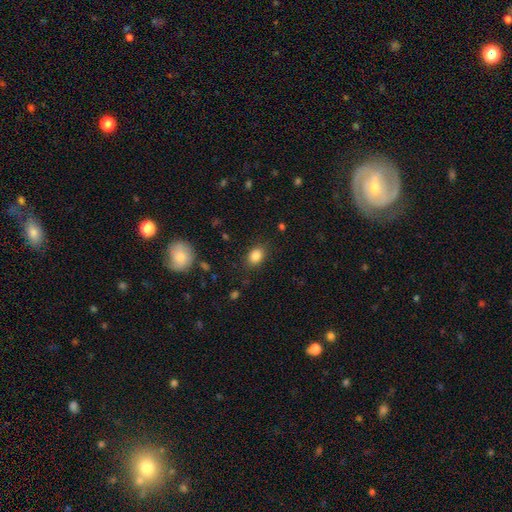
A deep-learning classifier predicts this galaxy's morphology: smooth 85%, star or artifact 10%, featured or disk 5%. Down the decision tree: how rounded — in between (71%); merging — none (85%).